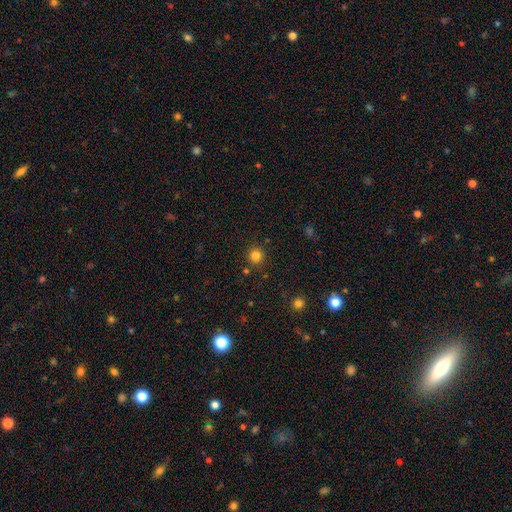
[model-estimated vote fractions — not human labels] Smooth or featured?
  - smooth: 82% *
  - star or artifact: 14%
  - featured or disk: 4%
How rounded?
  - round: 94% *
  - in between: 5%
  - cigar-shaped: 1%
Merging?
  - none: 88% *
  - minor disturbance: 6%
  - merger: 3%
  - major disturbance: 2%